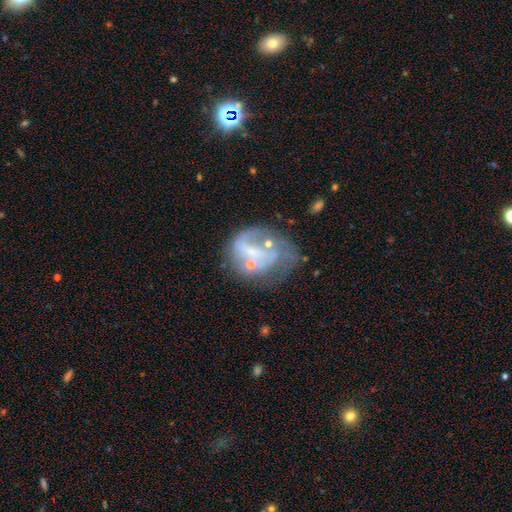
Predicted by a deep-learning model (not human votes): Smooth or featured?
  - featured or disk: 64% *
  - smooth: 24%
  - star or artifact: 12%
Edge-on disk?
  - no: 97% *
  - yes: 3%
Bar?
  - no: 53% *
  - weak: 34%
  - strong: 13%
Spiral arms?
  - yes: 53% *
  - no: 47%
Bulge size?
  - small: 48% *
  - none: 28%
  - moderate: 20%
  - large: 2%
  - dominant: 1%
Merging?
  - major disturbance: 34% *
  - none: 33%
  - minor disturbance: 20%
  - merger: 13%